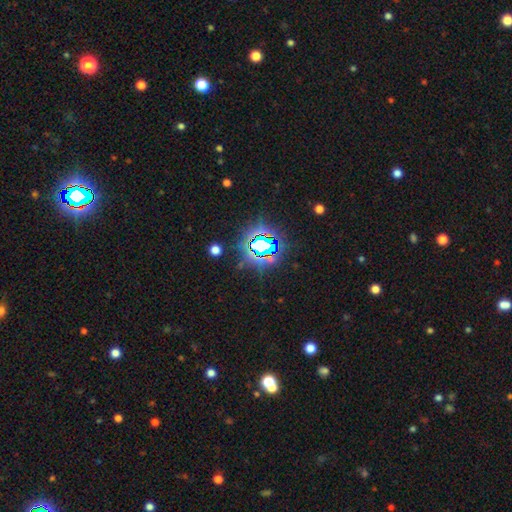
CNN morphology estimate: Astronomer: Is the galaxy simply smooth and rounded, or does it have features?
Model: star or artifact — 78%.